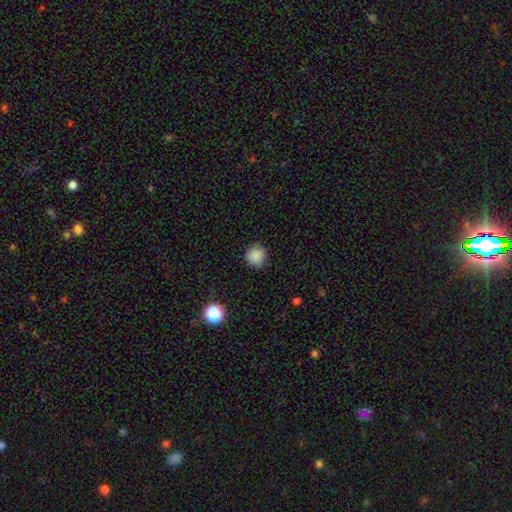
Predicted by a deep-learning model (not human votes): Smooth or featured? Predicted: smooth (p=0.86). How rounded? Predicted: round (p=0.92). Merging? Predicted: none (p=0.86).